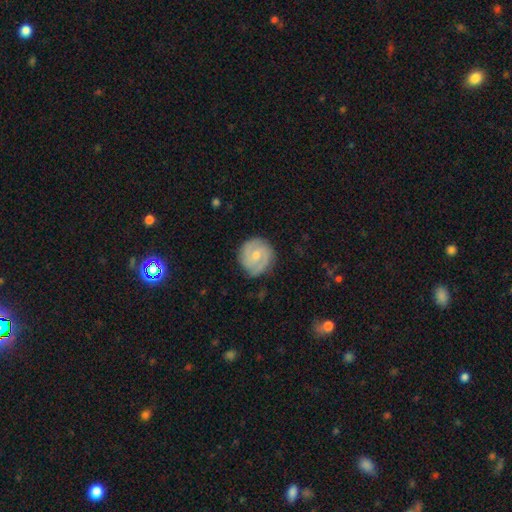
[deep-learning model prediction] Smooth or featured?
  - featured or disk: 70% *
  - smooth: 25%
  - star or artifact: 5%
Edge-on disk?
  - no: 98% *
  - yes: 2%
Bar?
  - no: 49% *
  - weak: 44%
  - strong: 7%
Spiral arms?
  - yes: 92% *
  - no: 8%
Spiral winding?
  - tight: 51% *
  - medium: 38%
  - loose: 10%
Spiral arm count?
  - 2: 67% *
  - can't tell: 13%
  - 3: 11%
  - 1: 4%
  - 4: 2%
  - more than 4: 2%
Bulge size?
  - small: 48% *
  - moderate: 46%
  - none: 3%
  - large: 2%
  - dominant: 1%
Merging?
  - none: 79% *
  - minor disturbance: 16%
  - major disturbance: 4%
  - merger: 1%